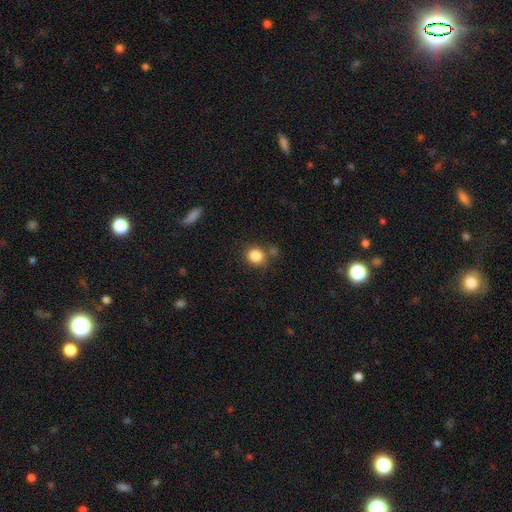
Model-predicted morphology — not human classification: The model was most divided on "merging": none: 73%, minor disturbance: 12%, merger: 11%, major disturbance: 4%. More confident: smooth or featured — smooth (85%); how rounded — round (82%).